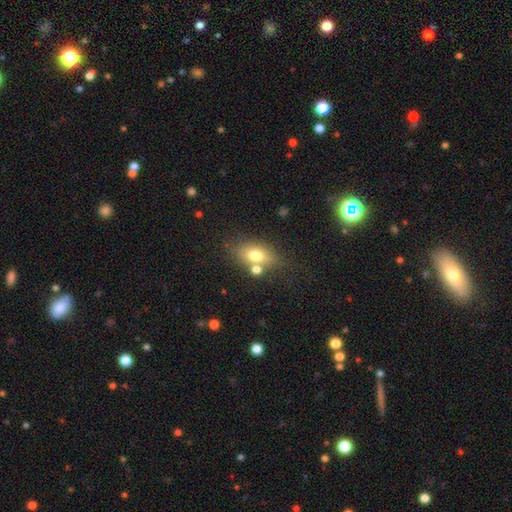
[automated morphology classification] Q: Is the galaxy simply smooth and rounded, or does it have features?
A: smooth — 71%.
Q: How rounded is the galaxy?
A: in between — 78%.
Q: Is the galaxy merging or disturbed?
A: none — 61%.